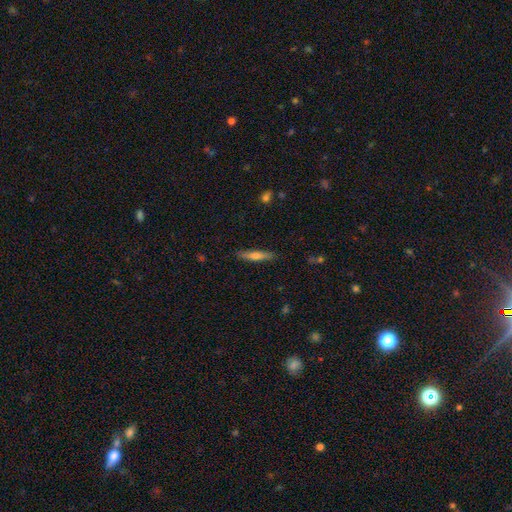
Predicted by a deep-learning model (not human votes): Morphology: type=smooth (51%); roundness=cigar-shaped (89%); merging=none (89%).